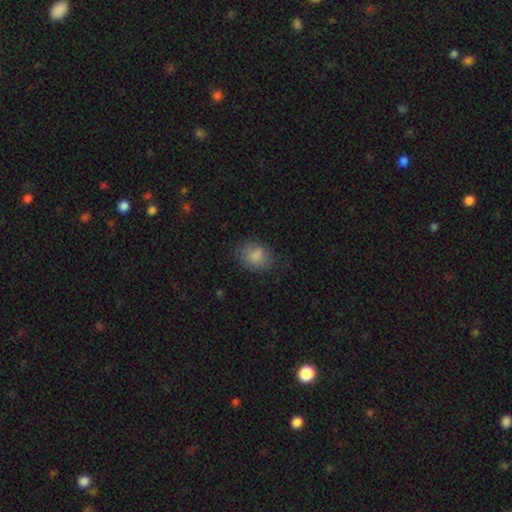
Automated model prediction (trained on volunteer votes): This appears to be a smooth galaxy with no disk features (82%) that is round (51%). Merging: none (70%).